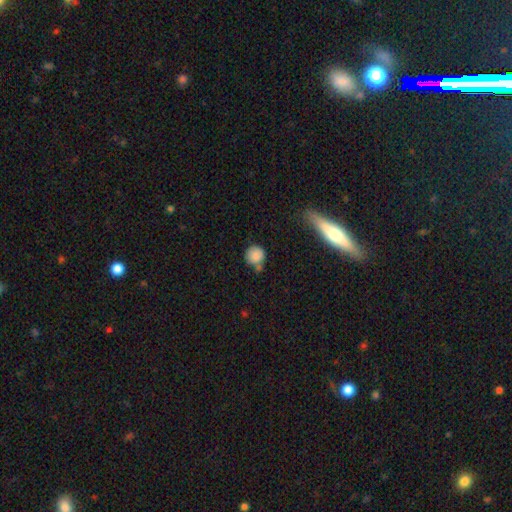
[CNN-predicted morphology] Smooth or featured: smooth — 85% (star or artifact — 9%)
How rounded: round — 90% (in between — 9%)
Merging: none — 61% (minor disturbance — 18%)